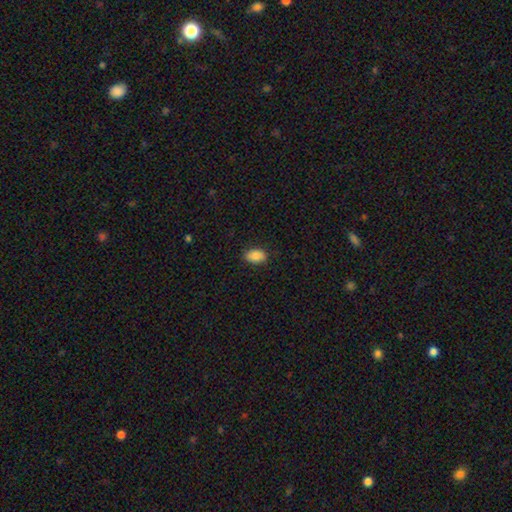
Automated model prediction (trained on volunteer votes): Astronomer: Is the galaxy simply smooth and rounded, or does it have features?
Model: smooth — 87%.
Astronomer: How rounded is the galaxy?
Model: in between — 90%.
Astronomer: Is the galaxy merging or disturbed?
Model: none — 87%.